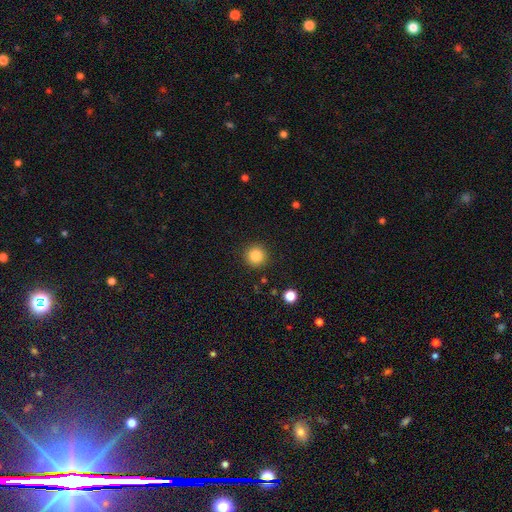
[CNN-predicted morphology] The model was most divided on "smooth or featured": smooth: 85%, star or artifact: 10%, featured or disk: 5%. More confident: how rounded — round (95%); merging — none (91%).